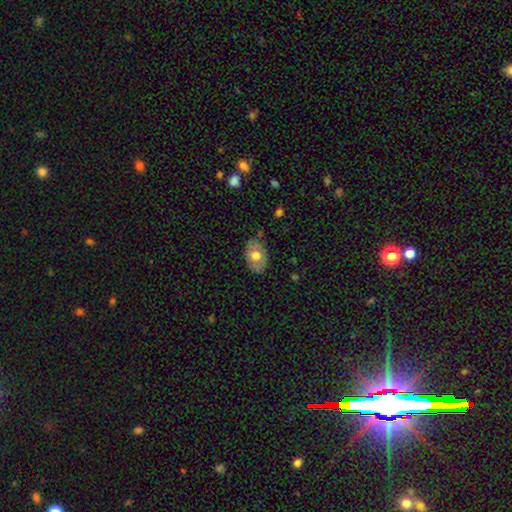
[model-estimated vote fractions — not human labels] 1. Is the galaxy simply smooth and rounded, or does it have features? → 61% smooth, 32% featured or disk, 7% star or artifact.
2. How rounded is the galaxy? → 83% in between, 16% round, 1% cigar-shaped.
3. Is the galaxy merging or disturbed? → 79% none, 16% minor disturbance, 4% major disturbance, 1% merger.